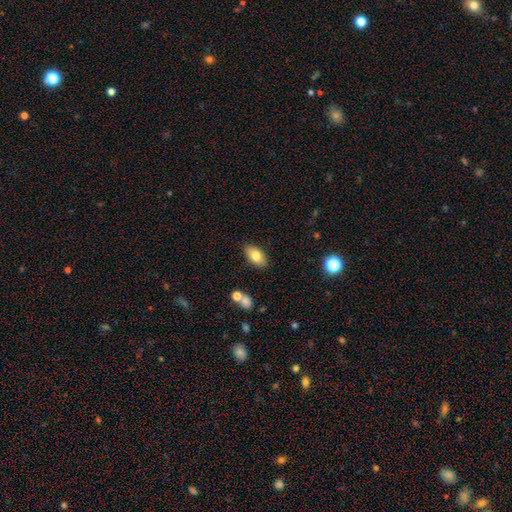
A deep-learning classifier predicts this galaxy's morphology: A smooth galaxy with no disk features (79%) that is in between round and cigar-shaped (92%).

Vote fractions:
- Smooth or featured? smooth: 79% / featured or disk: 13% / star or artifact: 8%
- How rounded? in between: 92% / round: 5% / cigar-shaped: 3%
- Merging? none: 85% / minor disturbance: 10% / merger: 2% / major disturbance: 2%